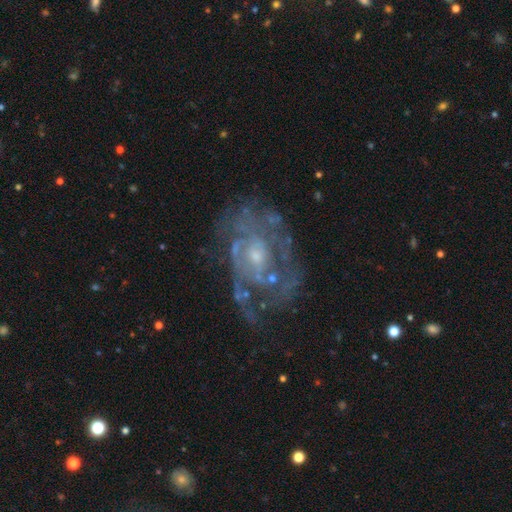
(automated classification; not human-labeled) featured or disk 82%, smooth 9%, star or artifact 9%. Down the decision tree: edge-on disk — no (97%); bar — no (68%); spiral arms — yes (74%); spiral arm count — can't tell (50%); spiral winding — tight (51%); bulge size — small (60%); merging — none (59%).